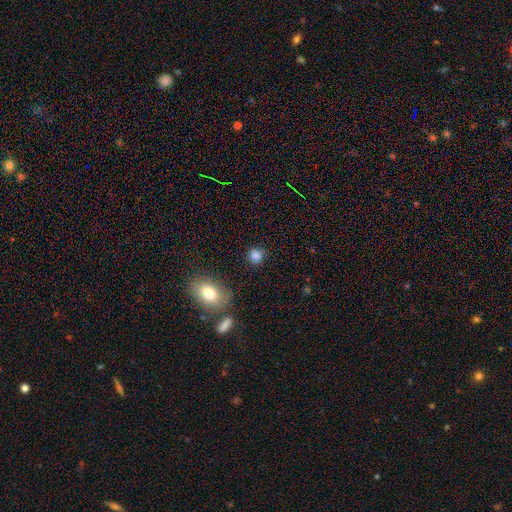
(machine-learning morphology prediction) Smooth or featured? Predicted: smooth (p=0.84). How rounded? Predicted: round (p=0.84). Merging? Predicted: none (p=0.83).